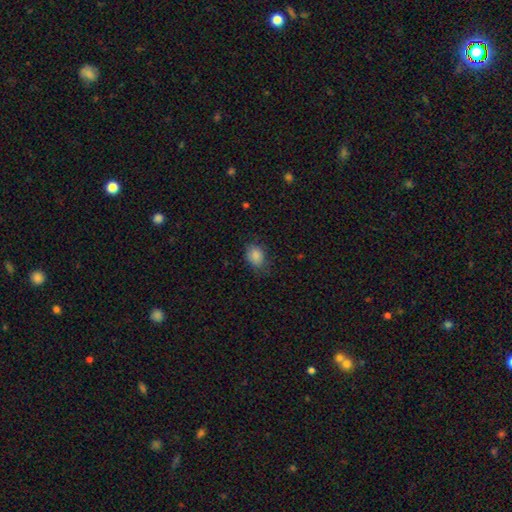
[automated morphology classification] Smooth or featured? smooth (86%)
How rounded? in between (55%)
Merging? none (69%)